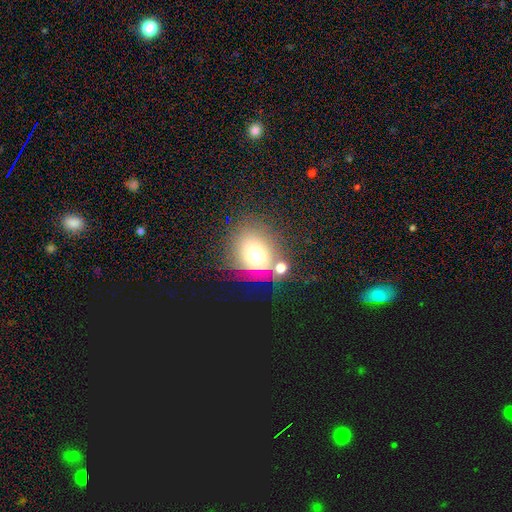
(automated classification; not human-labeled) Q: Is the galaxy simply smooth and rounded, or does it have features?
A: smooth — 57%.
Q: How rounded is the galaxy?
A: round — 69%.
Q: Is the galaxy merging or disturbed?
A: none — 63%.